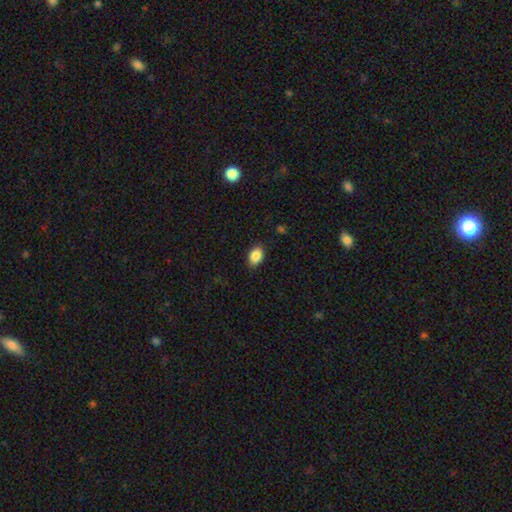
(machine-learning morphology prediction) Smooth or featured? Predicted: smooth (p=0.87). How rounded? Predicted: in between (p=0.84). Merging? Predicted: none (p=0.86).